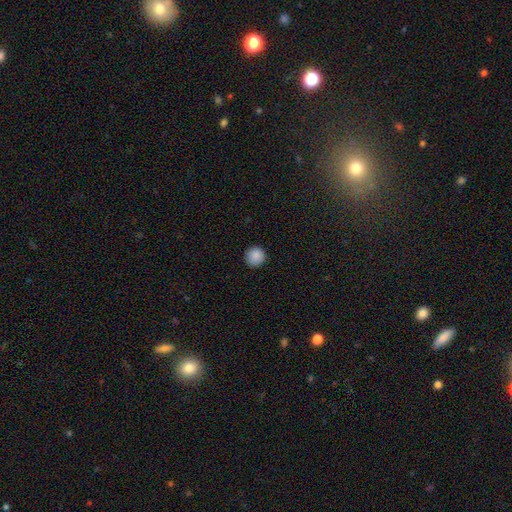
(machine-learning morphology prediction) Smooth or featured? Predicted: smooth (p=0.88). How rounded? Predicted: round (p=0.95). Merging? Predicted: none (p=0.92).